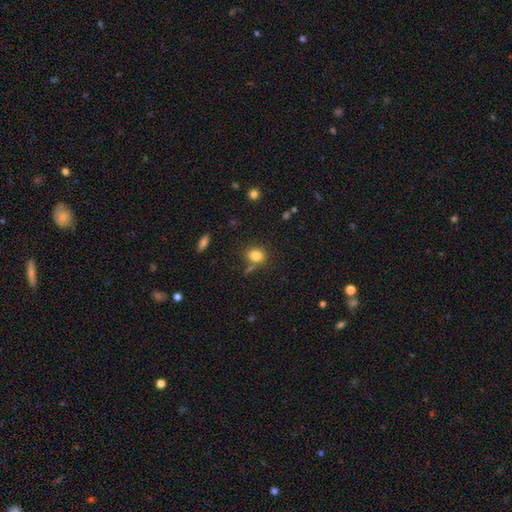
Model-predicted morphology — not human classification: Q: Smooth or featured?
A: smooth (82%); runner-up: star or artifact (11%)
Q: How rounded?
A: in between (56%); runner-up: round (43%)
Q: Merging?
A: none (69%); runner-up: minor disturbance (15%)